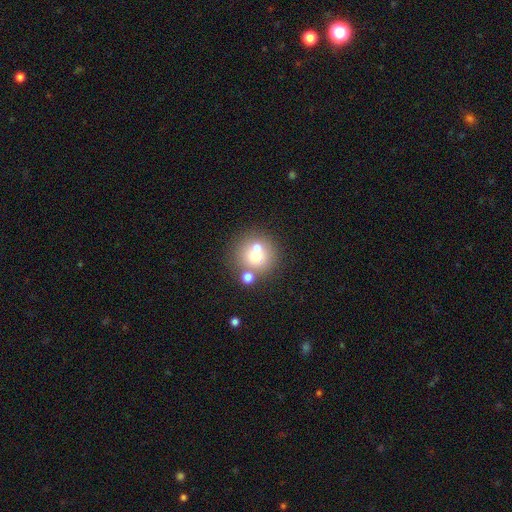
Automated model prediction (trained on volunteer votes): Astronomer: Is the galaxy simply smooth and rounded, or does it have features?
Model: smooth — 66%.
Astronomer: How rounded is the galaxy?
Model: round — 92%.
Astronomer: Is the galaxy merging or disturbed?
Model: none — 58%.